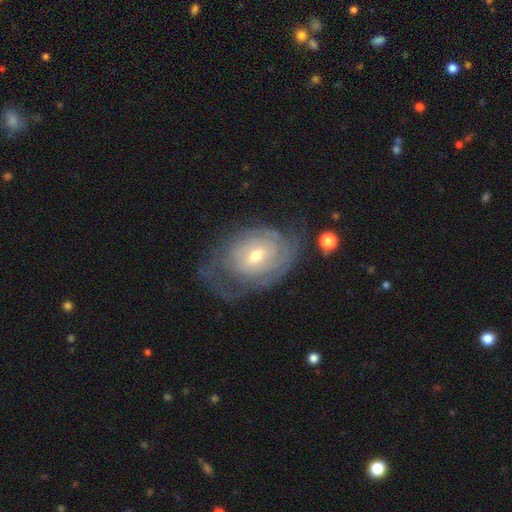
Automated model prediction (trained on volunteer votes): smooth-or-featured: featured or disk: 79% | smooth: 14% | star or artifact: 6%
  disk-edge-on: no: 96% | yes: 4%
    bar: no: 52% | weak: 38% | strong: 9%
    has-spiral-arms: yes: 87% | no: 13%
      spiral-winding: tight: 74% | medium: 20% | loose: 7%
      spiral-arm-count: can't tell: 52% | 2: 23% | 3: 10% | 4: 6% | 1: 5% | more than 4: 4%
    bulge-size: moderate: 48% | small: 47% | large: 3% | none: 1% | dominant: 1%
  merging: none: 58% | minor disturbance: 22% | major disturbance: 17% | merger: 2%